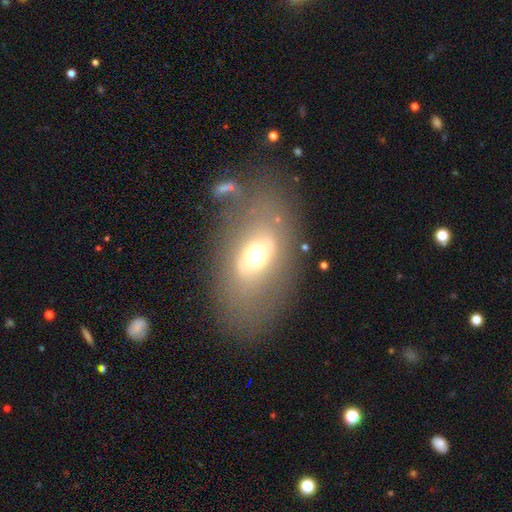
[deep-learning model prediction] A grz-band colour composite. It shows a smooth galaxy with no disk features (50%) that is in between round and cigar-shaped (80%). Merging: none (62%).